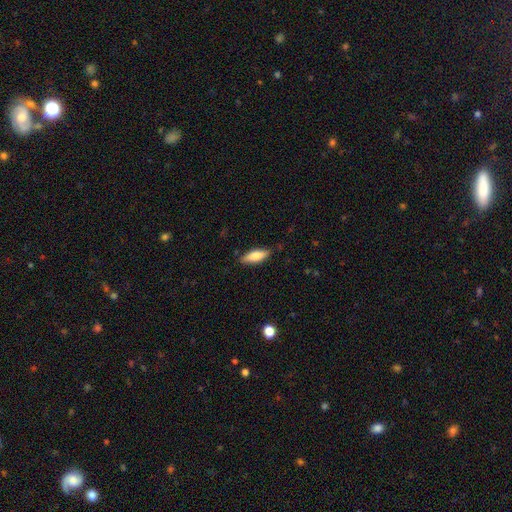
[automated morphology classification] smooth-or-featured: smooth: 79% | featured or disk: 15% | star or artifact: 6%
  how-rounded: in between: 66% | cigar-shaped: 32% | round: 2%
  merging: none: 82% | minor disturbance: 14% | major disturbance: 3% | merger: 1%